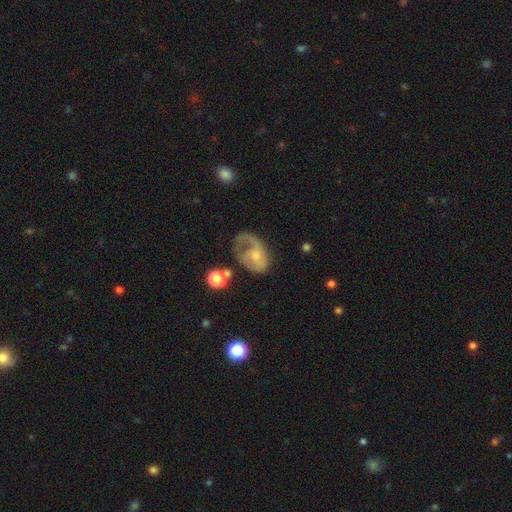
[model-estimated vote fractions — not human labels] Q: Smooth or featured?
A: featured or disk (57%); runner-up: smooth (35%)
Q: Edge-on disk?
A: no (96%); runner-up: yes (4%)
Q: Bar?
A: no (70%); runner-up: weak (26%)
Q: Spiral arms?
A: yes (66%); runner-up: no (34%)
Q: Bulge size?
A: small (50%); runner-up: moderate (33%)
Q: Merging?
A: major disturbance (44%); runner-up: none (27%)